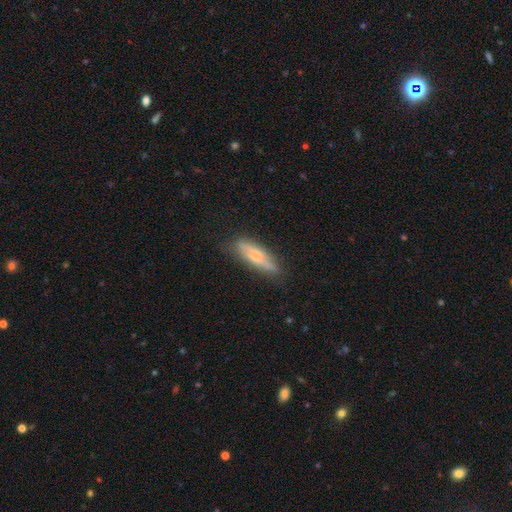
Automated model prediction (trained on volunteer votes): A smooth galaxy with no disk features (53%) that is cigar-shaped (69%). Merging: none (74%).